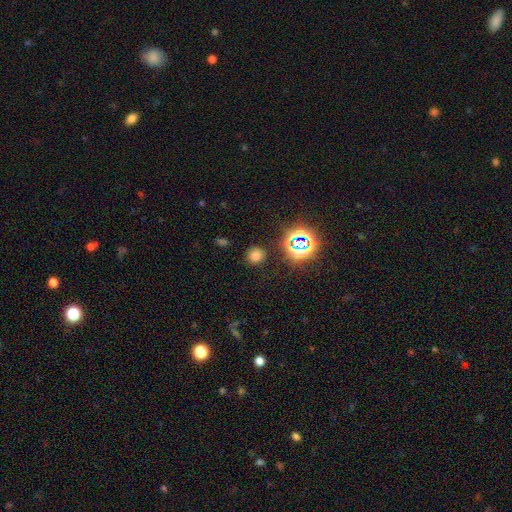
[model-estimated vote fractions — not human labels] Smooth or featured: smooth — 68% (star or artifact — 25%)
How rounded: round — 85% (in between — 14%)
Merging: none — 86% (minor disturbance — 8%)